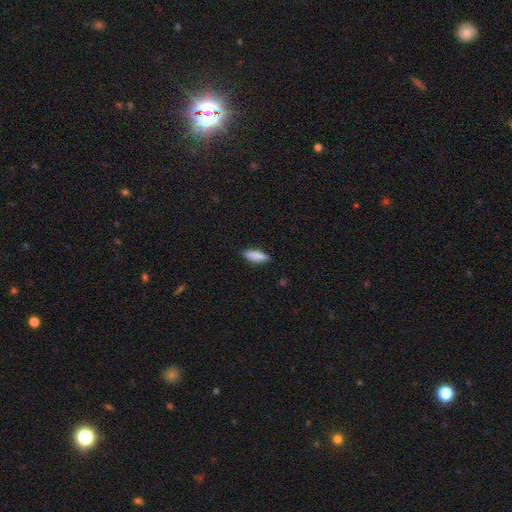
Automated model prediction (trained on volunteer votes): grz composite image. It shows a smooth galaxy with no disk features (86%) that is in between round and cigar-shaped (60%). Merging: none (84%).